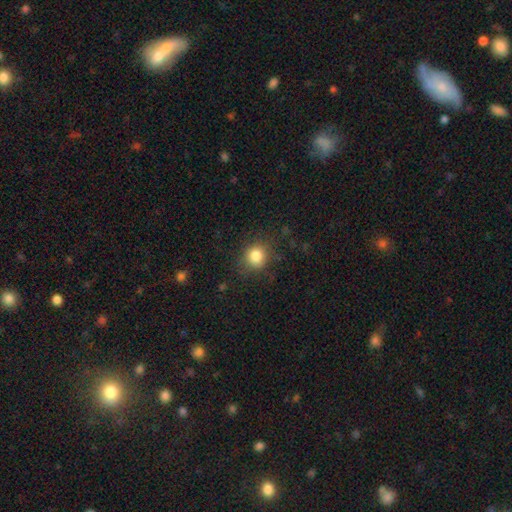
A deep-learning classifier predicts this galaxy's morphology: This appears to be a smooth galaxy with no disk features (83%) that is round (83%). Merging: none (81%).